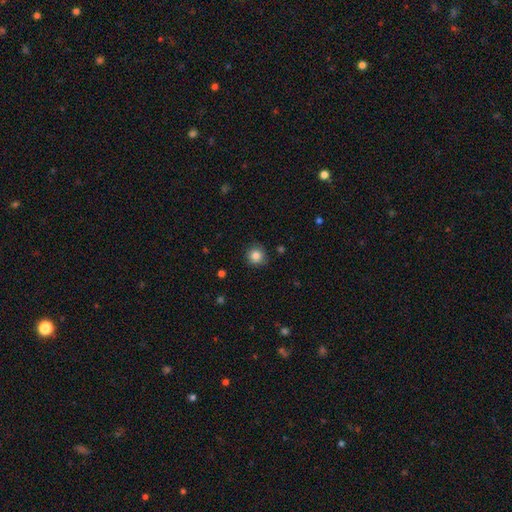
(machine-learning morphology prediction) type=smooth (83%); roundness=round (94%); merging=none (87%).